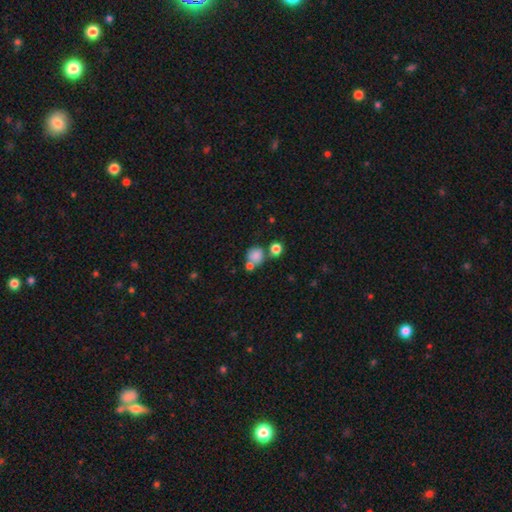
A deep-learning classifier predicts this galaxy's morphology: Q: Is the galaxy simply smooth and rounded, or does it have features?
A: smooth — 80%.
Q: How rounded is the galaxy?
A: round — 85%.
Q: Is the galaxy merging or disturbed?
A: none — 53%.